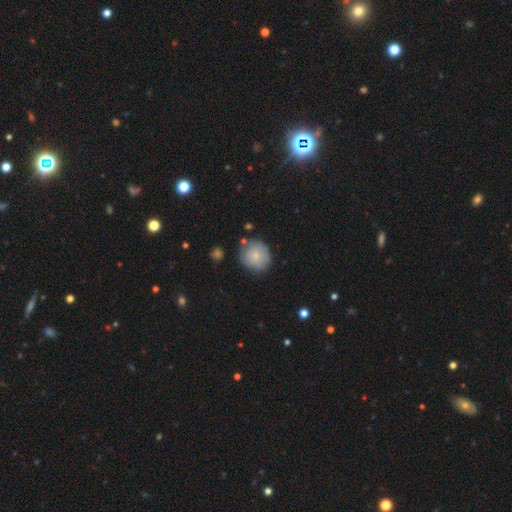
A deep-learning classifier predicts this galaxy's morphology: This is likely a smooth galaxy (79%). How rounded: clearly round (88%). Merging: likely none (76%).